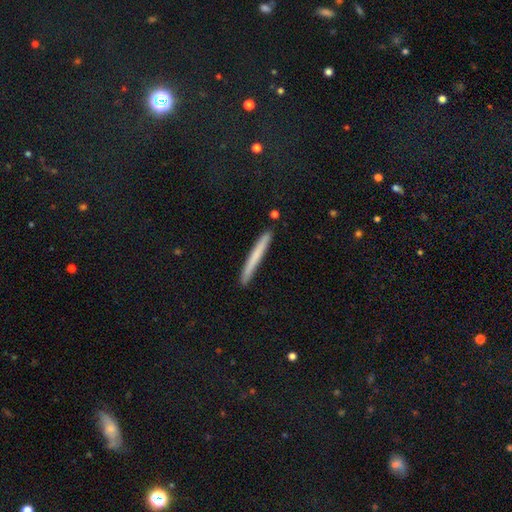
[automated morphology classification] type=smooth (64%); roundness=cigar-shaped (97%); merging=none (90%).